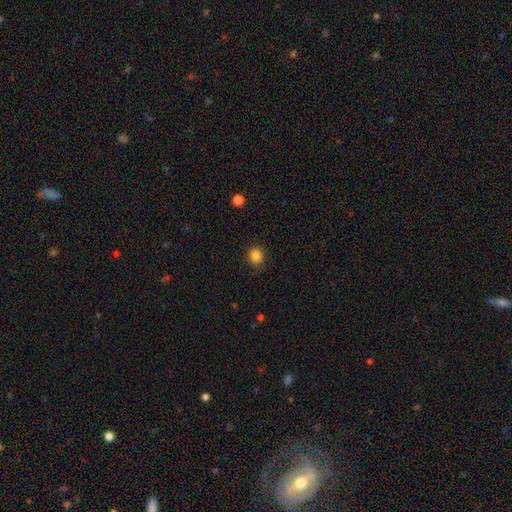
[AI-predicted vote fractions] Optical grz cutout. It shows a smooth galaxy with no disk features (85%) that is round (78%). Merging: none (85%).